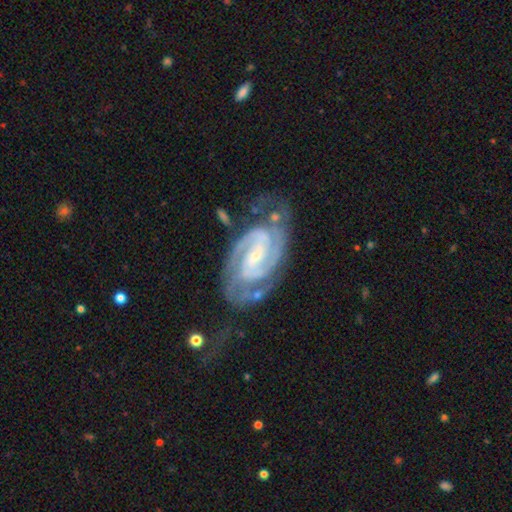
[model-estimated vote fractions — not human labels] Smooth or featured? featured or disk (92%)
Edge-on disk? no (97%)
Bar? weak (43%)
Spiral arms? yes (98%)
Spiral winding? tight (57%)
Spiral arm count? 2 (84%)
Bulge size? small (72%)
Merging? none (60%)